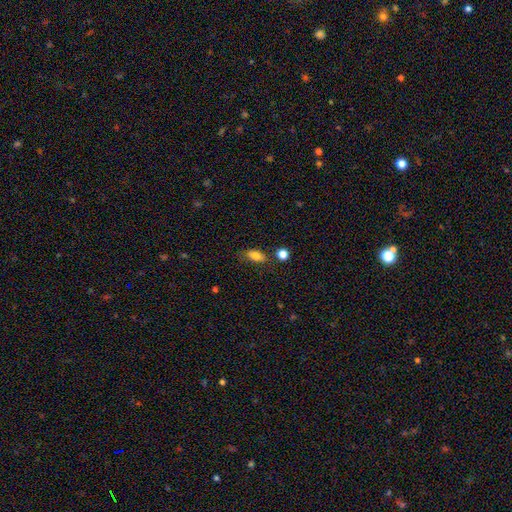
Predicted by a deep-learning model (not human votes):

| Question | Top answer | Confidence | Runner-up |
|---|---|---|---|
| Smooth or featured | smooth | 80% | featured or disk (11%) |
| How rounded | in between | 83% | cigar-shaped (10%) |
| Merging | none | 74% | minor disturbance (16%) |